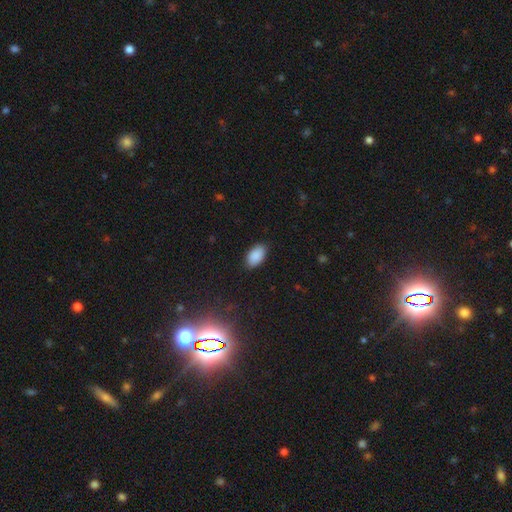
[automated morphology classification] Smooth or featured: smooth — 89% (star or artifact — 8%)
How rounded: in between — 94% (round — 4%)
Merging: none — 86% (minor disturbance — 10%)